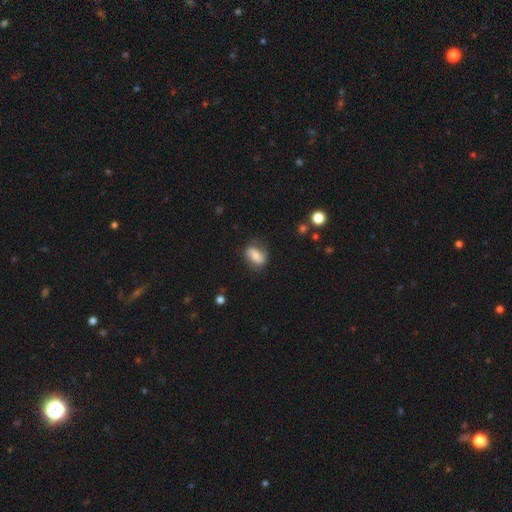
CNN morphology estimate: This appears to be a smooth galaxy with no disk features (53%) that is in between round and cigar-shaped (77%). Merging: none (71%).